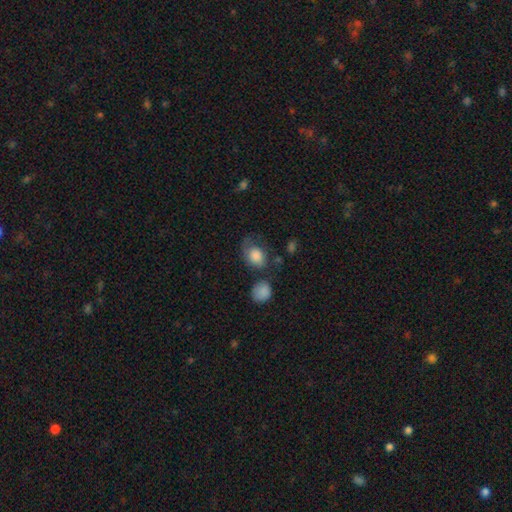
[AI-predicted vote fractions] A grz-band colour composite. It shows a smooth galaxy with no disk features (79%) that is in between round and cigar-shaped (54%). Merging: none (40%).